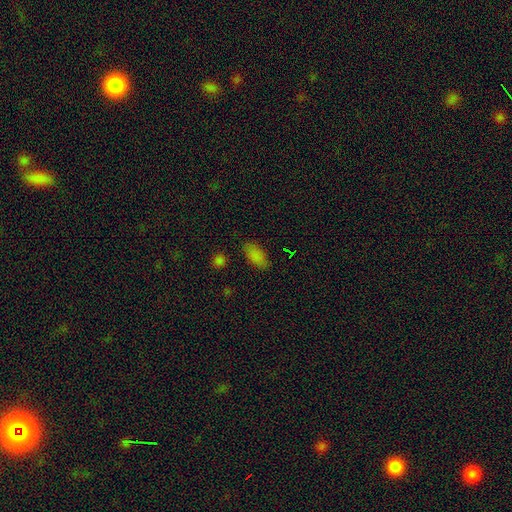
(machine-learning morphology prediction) The model was most divided on "smooth or featured": smooth: 82%, star or artifact: 13%, featured or disk: 5%. More confident: how rounded — in between (92%); merging — none (84%).